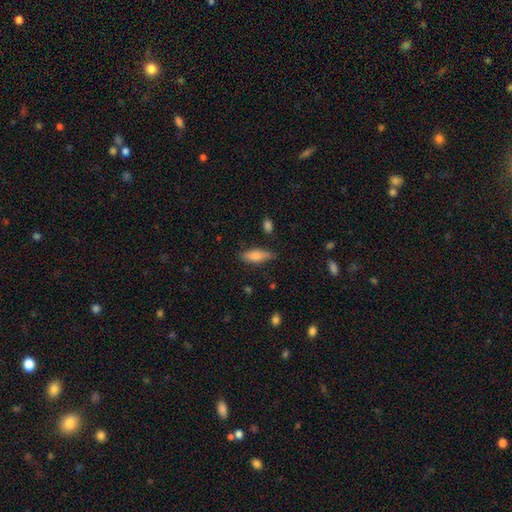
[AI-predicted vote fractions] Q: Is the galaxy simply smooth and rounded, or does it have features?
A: smooth — 75%.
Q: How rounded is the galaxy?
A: in between — 59%.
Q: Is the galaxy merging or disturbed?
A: none — 76%.